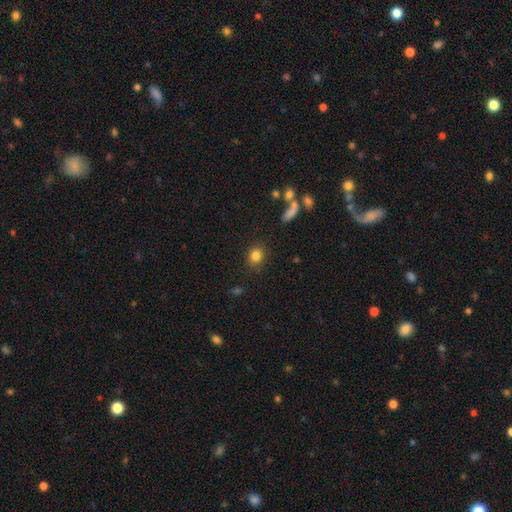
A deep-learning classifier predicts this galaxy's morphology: This appears to be a smooth galaxy with no disk features (83%) that is round (72%). Merging: none (86%).